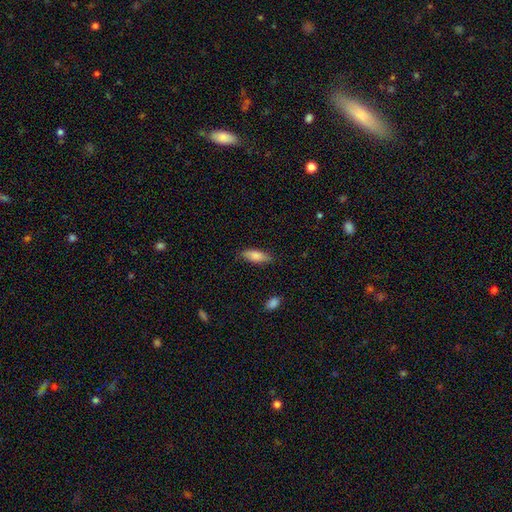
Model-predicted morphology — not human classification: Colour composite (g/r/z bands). It shows a smooth galaxy with no disk features (80%) that is in between round and cigar-shaped (65%). Merging: none (81%).